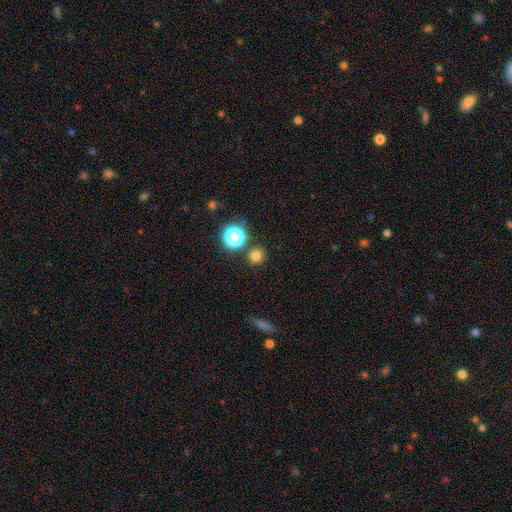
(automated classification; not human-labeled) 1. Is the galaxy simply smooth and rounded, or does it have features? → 75% smooth, 19% star or artifact, 5% featured or disk.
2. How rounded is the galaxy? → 92% round, 7% in between, 1% cigar-shaped.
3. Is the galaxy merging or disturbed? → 85% none, 6% minor disturbance, 6% merger, 2% major disturbance.